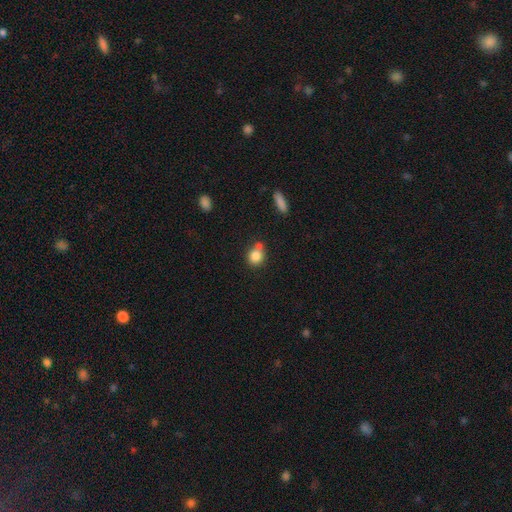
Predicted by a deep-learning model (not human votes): Smooth or featured?
  - smooth: 83% *
  - star or artifact: 10%
  - featured or disk: 7%
How rounded?
  - round: 77% *
  - in between: 21%
  - cigar-shaped: 1%
Merging?
  - none: 54% *
  - merger: 28%
  - minor disturbance: 14%
  - major disturbance: 4%